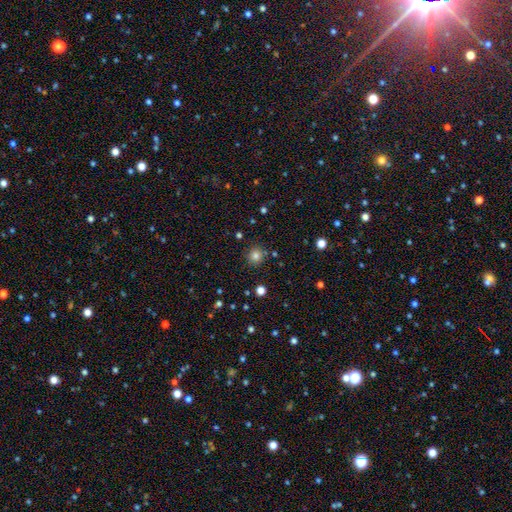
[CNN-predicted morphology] This appears to be a smooth galaxy with no disk features (79%) that is round (93%). Merging: none (86%).